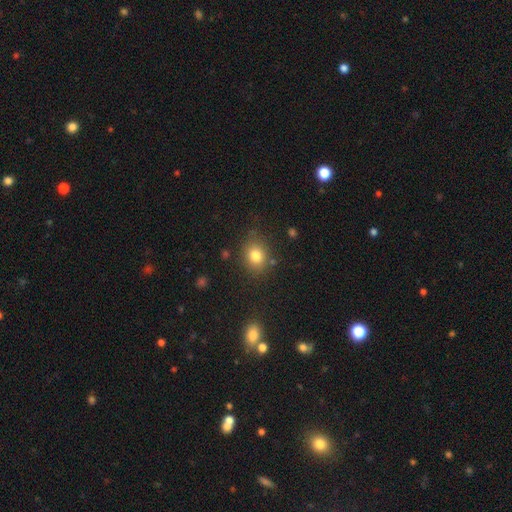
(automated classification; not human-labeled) Smooth or featured: smooth — 80% (star or artifact — 12%)
How rounded: round — 56% (in between — 43%)
Merging: none — 80% (minor disturbance — 13%)